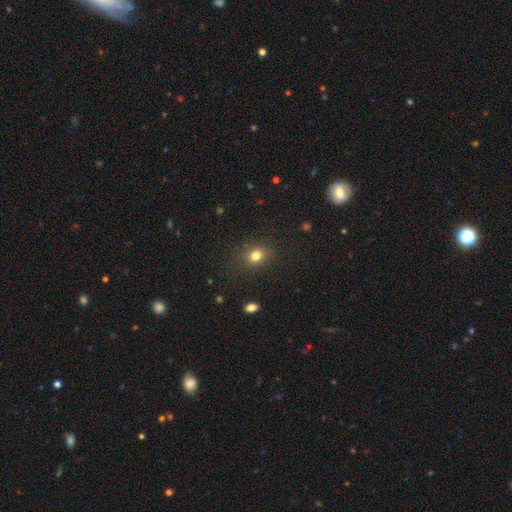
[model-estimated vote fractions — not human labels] Overall: smooth (79%). How rounded: round (55%; in between 44%). Merging: none (83%).